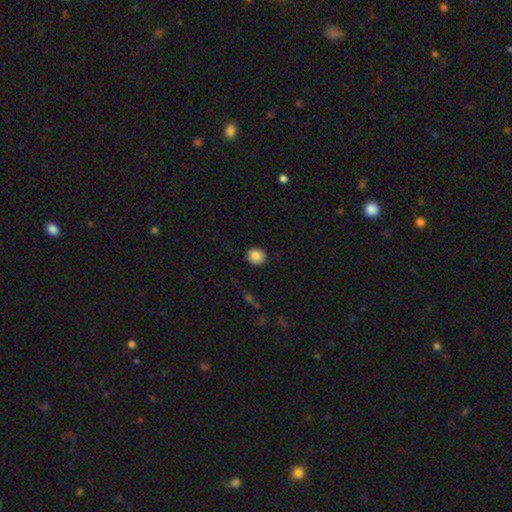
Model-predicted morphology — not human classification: A smooth galaxy with no disk features (85%) that is round (82%). Merging: none (89%).